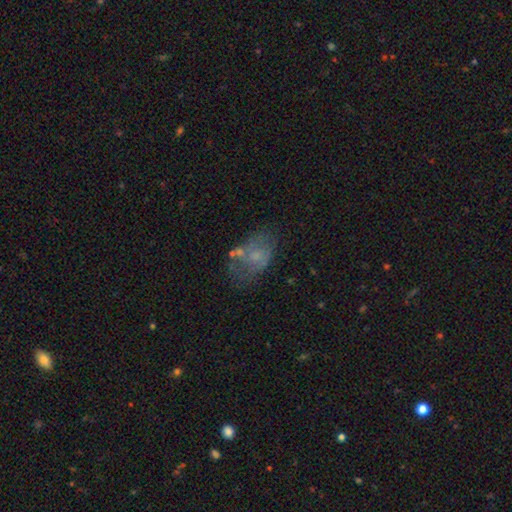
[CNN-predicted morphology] type=featured or disk (45%); merging=none (43%).